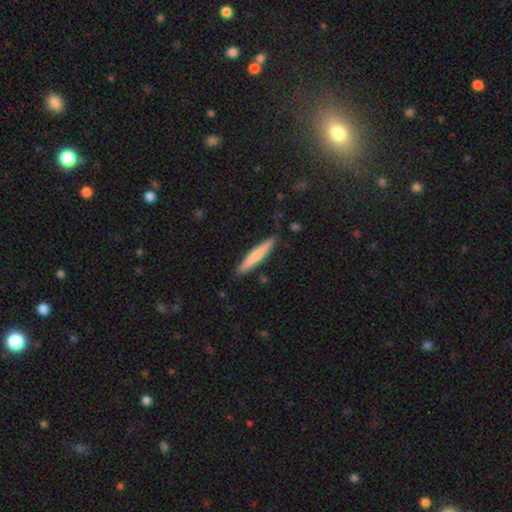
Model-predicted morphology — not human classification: smooth-or-featured: smooth: 68% | featured or disk: 27% | star or artifact: 5%
  how-rounded: cigar-shaped: 94% | in between: 5% | round: 1%
  merging: none: 88% | minor disturbance: 9% | major disturbance: 2% | merger: 2%